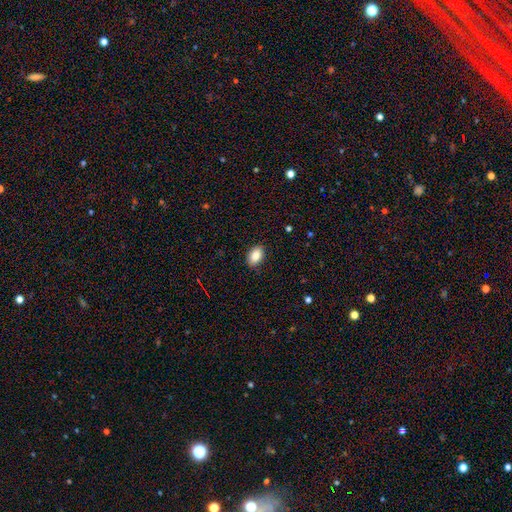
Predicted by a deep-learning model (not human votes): The model was most divided on "merging": none: 86%, minor disturbance: 10%, major disturbance: 2%, merger: 1%. More confident: how rounded — in between (88%); smooth or featured — smooth (87%).